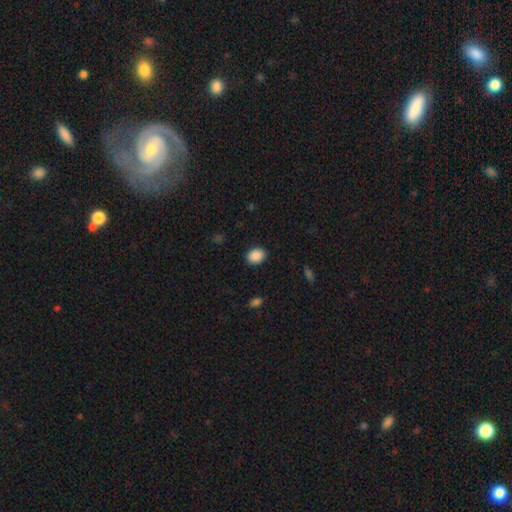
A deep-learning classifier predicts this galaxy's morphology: Q: Smooth or featured?
A: smooth (89%); runner-up: star or artifact (8%)
Q: How rounded?
A: in between (66%); runner-up: round (33%)
Q: Merging?
A: none (89%); runner-up: minor disturbance (8%)